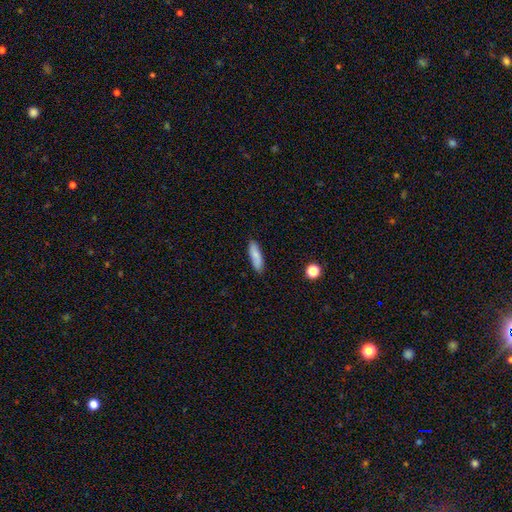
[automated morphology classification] Q: Smooth or featured?
A: smooth (82%); runner-up: featured or disk (11%)
Q: How rounded?
A: cigar-shaped (58%); runner-up: in between (41%)
Q: Merging?
A: none (87%); runner-up: minor disturbance (10%)